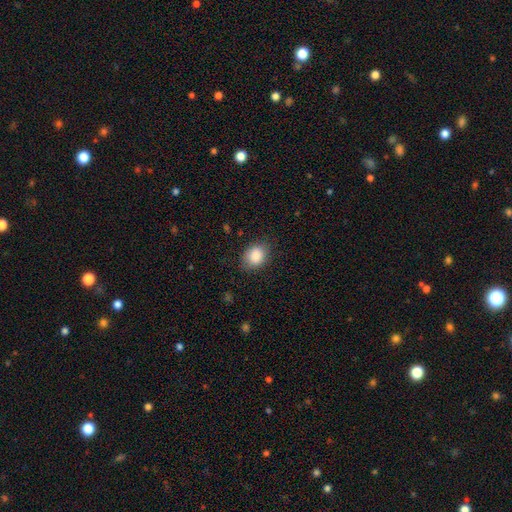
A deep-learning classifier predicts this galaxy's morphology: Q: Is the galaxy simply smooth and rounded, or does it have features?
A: smooth — 88%.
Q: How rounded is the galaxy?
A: in between — 62%.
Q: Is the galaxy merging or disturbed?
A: none — 80%.